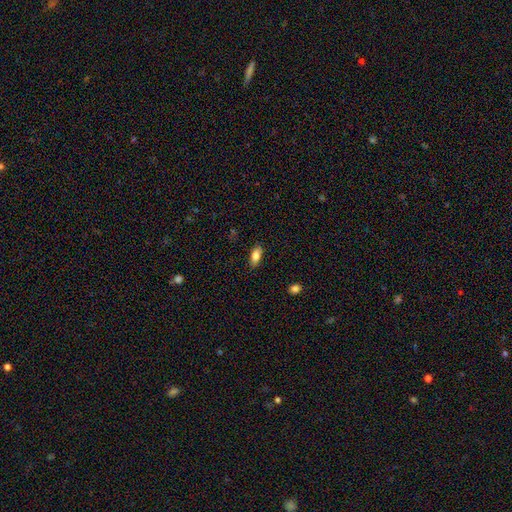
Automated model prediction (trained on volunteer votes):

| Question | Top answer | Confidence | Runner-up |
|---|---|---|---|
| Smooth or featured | smooth | 81% | featured or disk (11%) |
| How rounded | in between | 85% | cigar-shaped (12%) |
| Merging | none | 85% | minor disturbance (11%) |